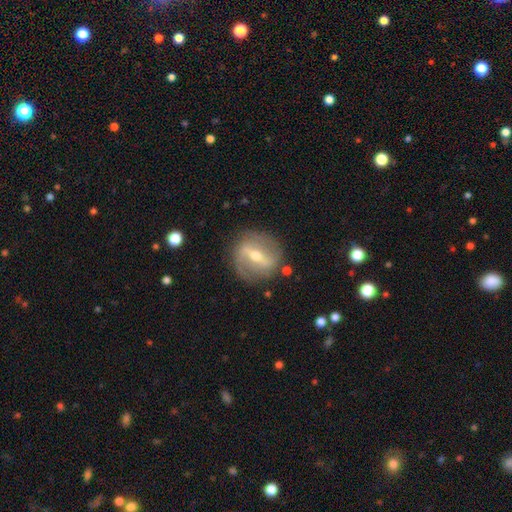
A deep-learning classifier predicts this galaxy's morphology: featured or disk 76%, smooth 17%, star or artifact 7%. Down the decision tree: edge-on disk — no (86%); bar — strong (62%); spiral arms — yes (65%); bulge size — moderate (62%); merging — none (81%).